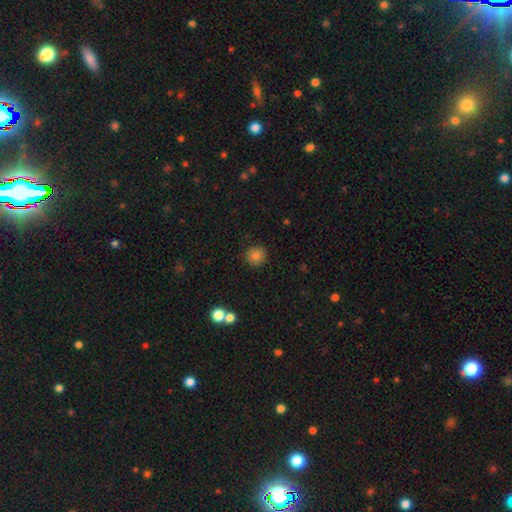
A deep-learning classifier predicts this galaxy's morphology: Smooth or featured: smooth — 82% (star or artifact — 11%)
How rounded: round — 93% (in between — 6%)
Merging: none — 89% (minor disturbance — 7%)